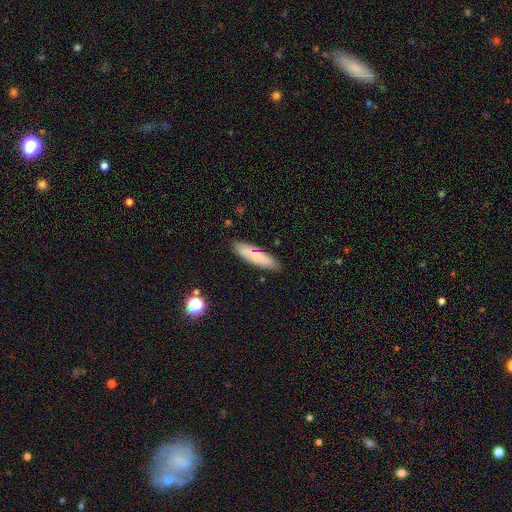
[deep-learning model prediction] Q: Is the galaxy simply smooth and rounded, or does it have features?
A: smooth — 73%.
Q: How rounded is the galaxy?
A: cigar-shaped — 70%.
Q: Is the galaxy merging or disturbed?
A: none — 83%.